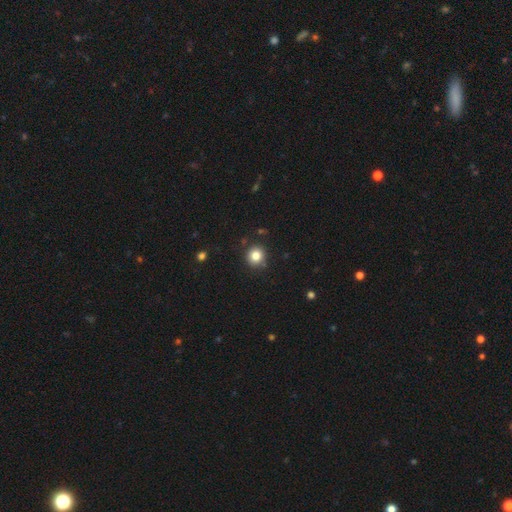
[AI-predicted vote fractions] A smooth galaxy with no disk features (82%) that is round (92%).

Vote fractions:
- Smooth or featured? smooth: 82% / star or artifact: 12% / featured or disk: 6%
- How rounded? round: 92% / in between: 7% / cigar-shaped: 1%
- Merging? none: 88% / minor disturbance: 7% / merger: 2% / major disturbance: 2%